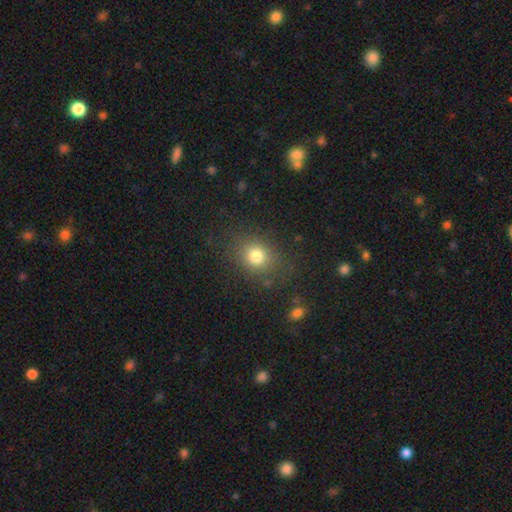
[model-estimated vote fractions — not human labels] Q: Smooth or featured?
A: smooth (77%); runner-up: star or artifact (14%)
Q: How rounded?
A: round (60%); runner-up: in between (38%)
Q: Merging?
A: none (81%); runner-up: minor disturbance (12%)